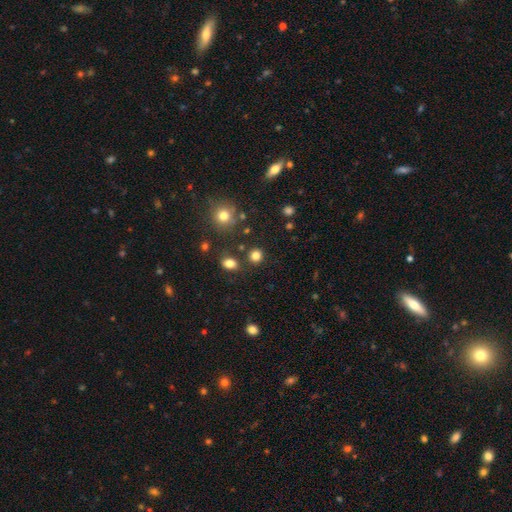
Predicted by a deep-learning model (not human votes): smooth-or-featured: smooth: 82% | star or artifact: 14% | featured or disk: 5%
  how-rounded: round: 84% | in between: 15% | cigar-shaped: 1%
  merging: none: 84% | minor disturbance: 8% | merger: 6% | major disturbance: 3%